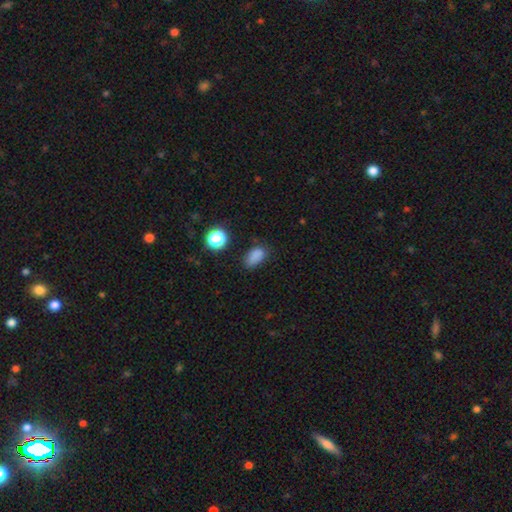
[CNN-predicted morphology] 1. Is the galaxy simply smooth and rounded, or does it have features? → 81% smooth, 14% star or artifact, 5% featured or disk.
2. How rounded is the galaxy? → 86% in between, 12% round, 3% cigar-shaped.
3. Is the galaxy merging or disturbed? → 69% none, 23% minor disturbance, 6% major disturbance, 3% merger.